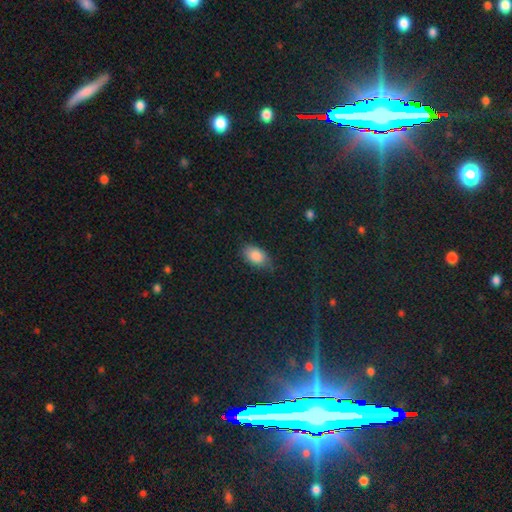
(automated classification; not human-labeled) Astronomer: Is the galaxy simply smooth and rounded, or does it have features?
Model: smooth — 86%.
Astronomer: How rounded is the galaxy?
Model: in between — 90%.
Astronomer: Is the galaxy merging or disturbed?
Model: none — 72%.